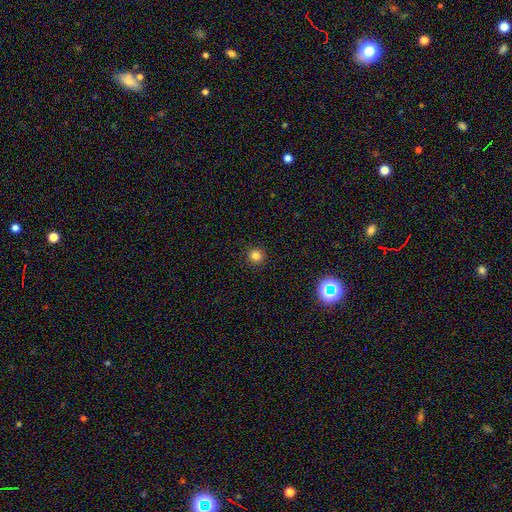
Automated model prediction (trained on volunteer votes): smooth-or-featured: smooth: 81% | star or artifact: 14% | featured or disk: 4%
  how-rounded: round: 95% | in between: 4% | cigar-shaped: 1%
  merging: none: 92% | minor disturbance: 5% | major disturbance: 2% | merger: 1%